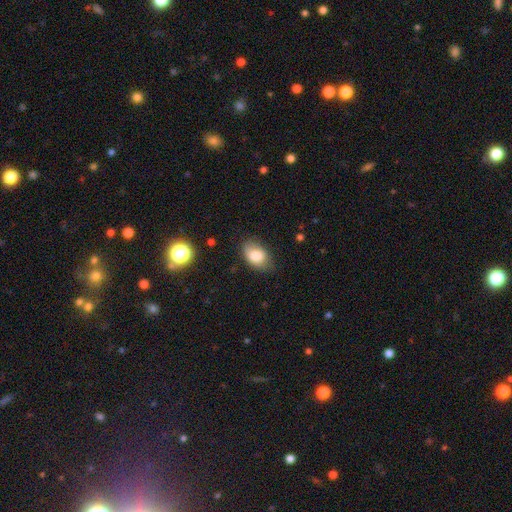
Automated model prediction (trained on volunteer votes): Morphology: type=smooth (82%); roundness=in between (86%); merging=none (72%).